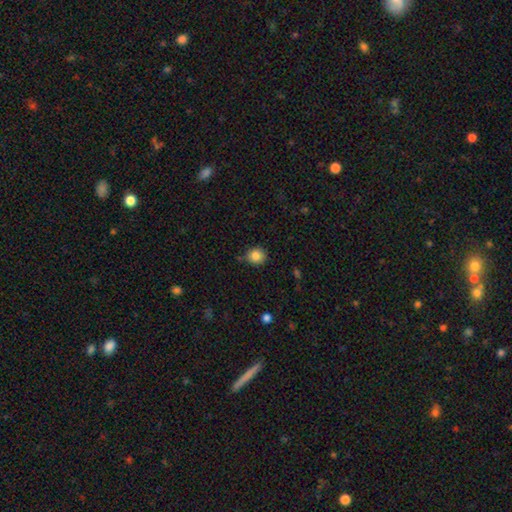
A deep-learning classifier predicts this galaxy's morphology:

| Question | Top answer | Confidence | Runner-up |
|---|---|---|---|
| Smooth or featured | smooth | 84% | star or artifact (10%) |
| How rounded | round | 81% | in between (18%) |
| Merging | none | 82% | minor disturbance (12%) |